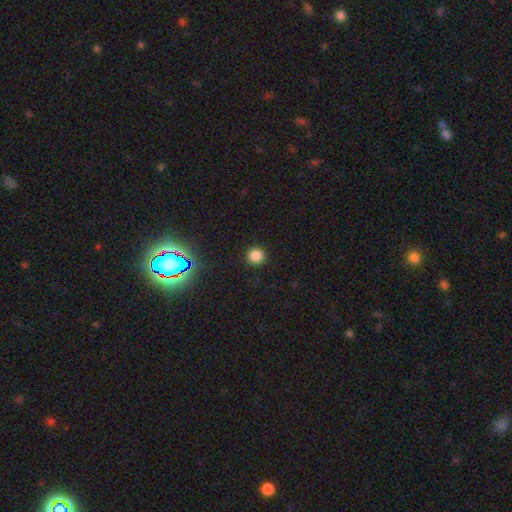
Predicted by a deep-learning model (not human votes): smooth-or-featured: smooth: 81% | star or artifact: 16% | featured or disk: 4%
  how-rounded: round: 94% | in between: 5% | cigar-shaped: 1%
  merging: none: 92% | minor disturbance: 5% | major disturbance: 2% | merger: 1%